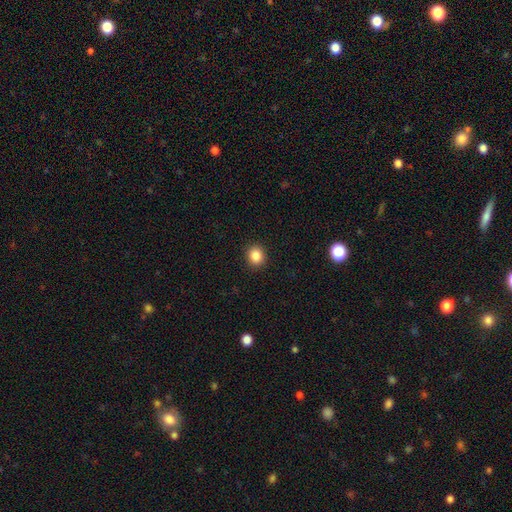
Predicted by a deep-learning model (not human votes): smooth-or-featured: smooth: 86% | star or artifact: 10% | featured or disk: 4%
  how-rounded: round: 82% | in between: 17% | cigar-shaped: 1%
  merging: none: 91% | minor disturbance: 6% | major disturbance: 2% | merger: 1%